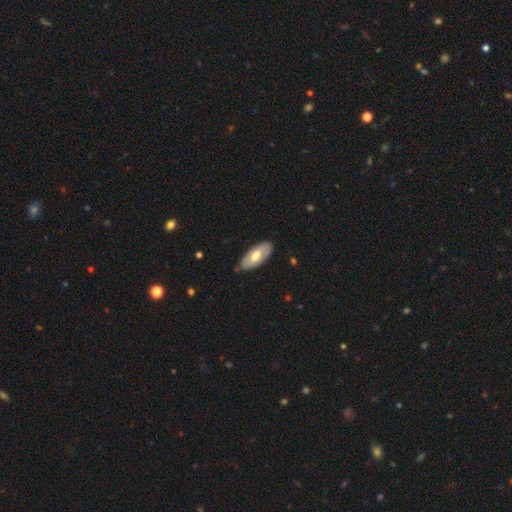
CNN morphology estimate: Smooth or featured: smooth — 58% (featured or disk — 37%)
How rounded: in between — 89% (cigar-shaped — 9%)
Merging: none — 84% (minor disturbance — 13%)